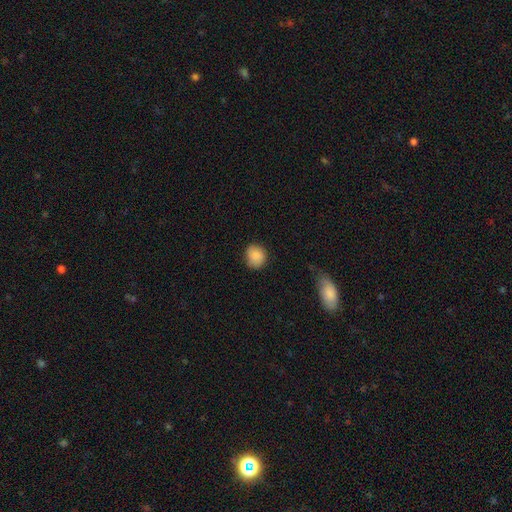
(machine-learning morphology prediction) A smooth galaxy with no disk features (88%) that is round (81%).

Vote fractions:
- Smooth or featured? smooth: 88% / star or artifact: 8% / featured or disk: 4%
- How rounded? round: 81% / in between: 18% / cigar-shaped: 1%
- Merging? none: 82% / minor disturbance: 14% / major disturbance: 3% / merger: 1%